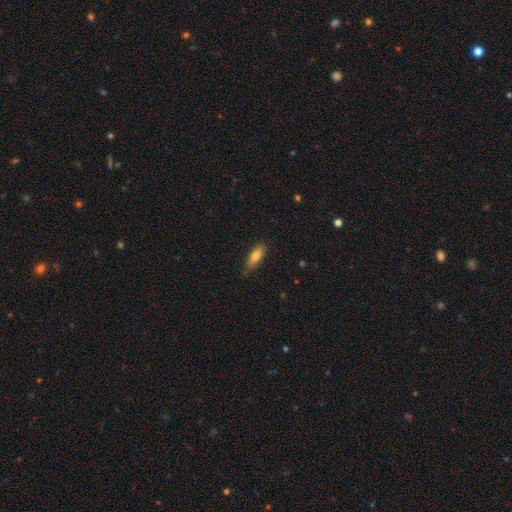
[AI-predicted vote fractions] This appears to be a smooth galaxy with no disk features (76%) that is in between round and cigar-shaped (56%). Merging: none (78%).